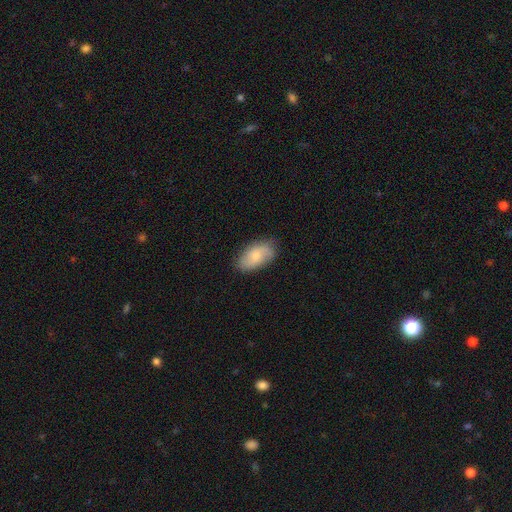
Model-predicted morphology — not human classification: type=smooth (65%); roundness=in between (93%); merging=none (77%).